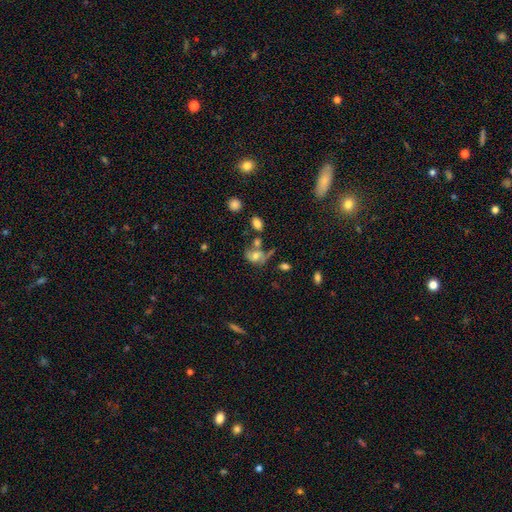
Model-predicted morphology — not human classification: type=smooth (55%); roundness=in between (66%); merging=none (39%).